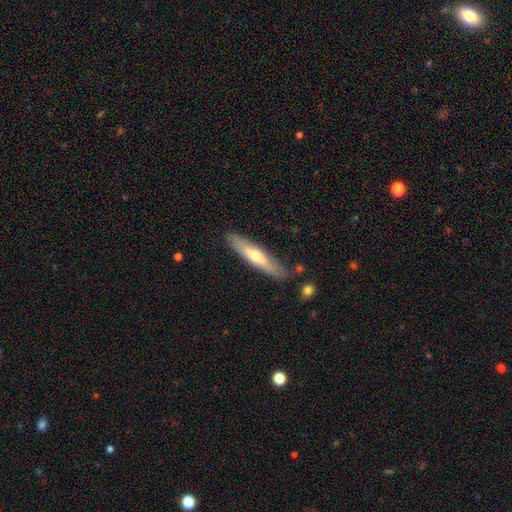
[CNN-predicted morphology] Smooth or featured? Predicted: smooth (p=0.50). Merging? Predicted: none (p=0.83).